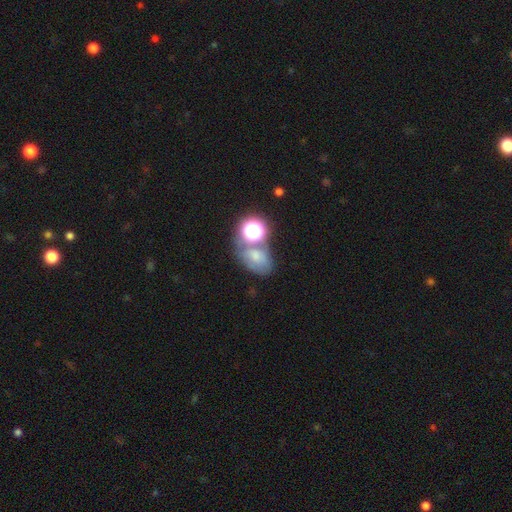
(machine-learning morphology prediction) smooth 41%, star or artifact 36%, featured or disk 23%. Down the decision tree: merging — none (49%).